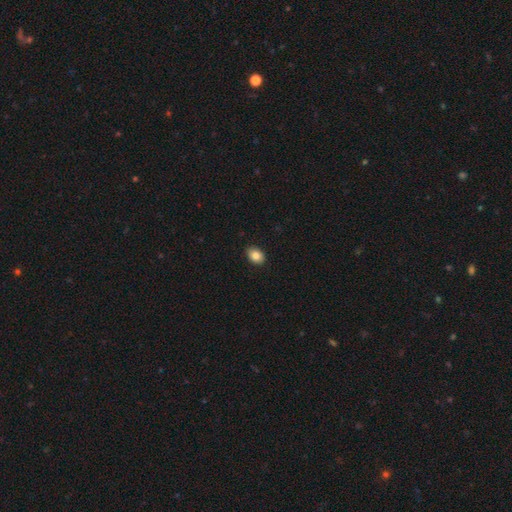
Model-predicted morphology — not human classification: type=smooth (83%); roundness=in between (73%); merging=none (88%).